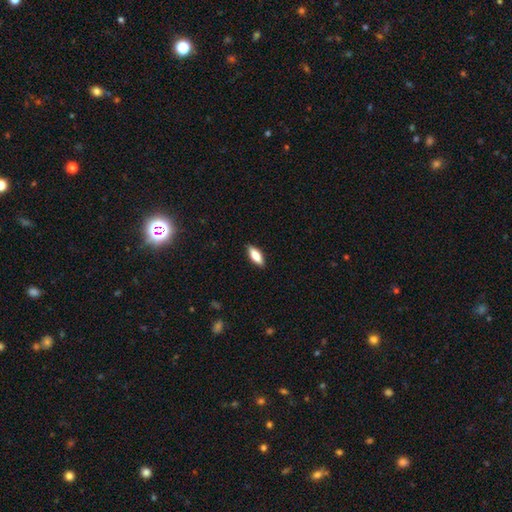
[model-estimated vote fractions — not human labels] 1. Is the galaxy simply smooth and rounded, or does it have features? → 76% smooth, 18% featured or disk, 6% star or artifact.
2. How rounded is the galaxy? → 64% in between, 34% cigar-shaped, 2% round.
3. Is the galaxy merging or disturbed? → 89% none, 8% minor disturbance, 2% major disturbance, 1% merger.